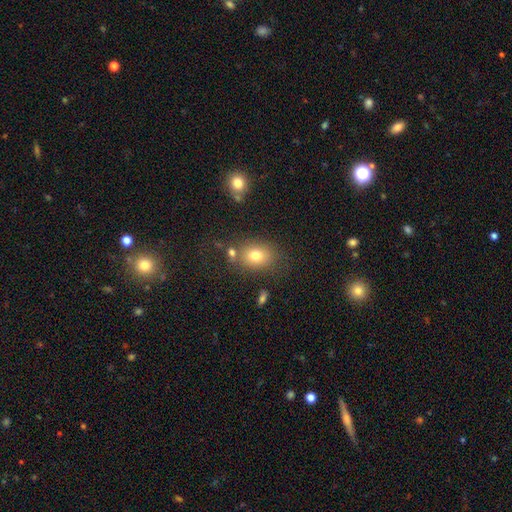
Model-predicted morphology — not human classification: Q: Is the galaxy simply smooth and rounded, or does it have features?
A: smooth — 77%.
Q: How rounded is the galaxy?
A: in between — 57%.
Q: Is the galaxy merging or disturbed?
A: none — 70%.